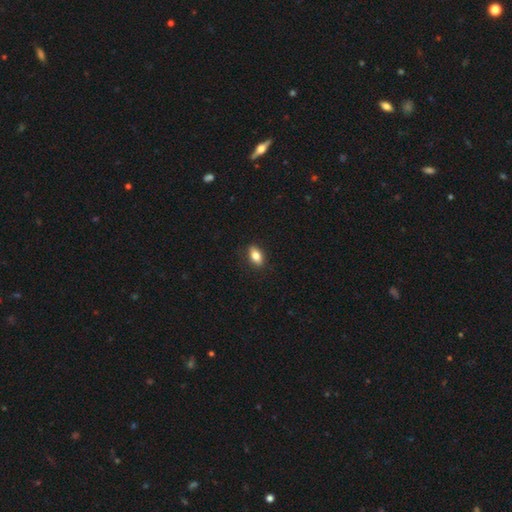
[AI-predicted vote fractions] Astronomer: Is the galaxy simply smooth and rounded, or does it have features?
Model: smooth — 79%.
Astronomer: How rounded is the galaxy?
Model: in between — 86%.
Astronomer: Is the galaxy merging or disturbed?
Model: none — 88%.